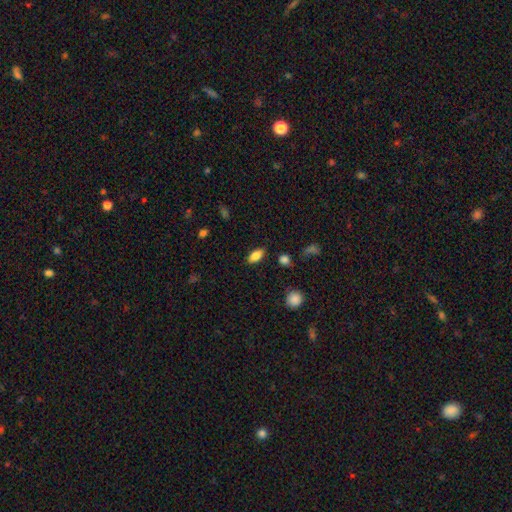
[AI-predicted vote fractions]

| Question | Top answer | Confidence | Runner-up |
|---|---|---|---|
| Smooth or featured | smooth | 81% | featured or disk (11%) |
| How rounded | in between | 89% | cigar-shaped (7%) |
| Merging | none | 85% | minor disturbance (10%) |